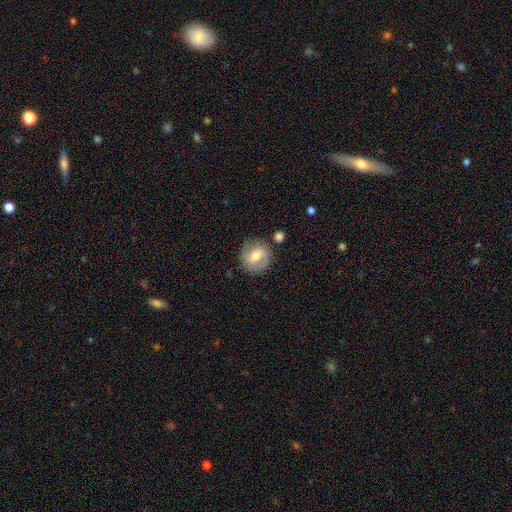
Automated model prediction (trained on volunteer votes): This is possibly a featured or disk galaxy (52%). It is clearly not viewed edge-on (97%). Bar: possibly weak (49%). Spiral arm pattern: likely yes (76%). Central bulge: likely moderate (70%). Merging: likely none (80%).